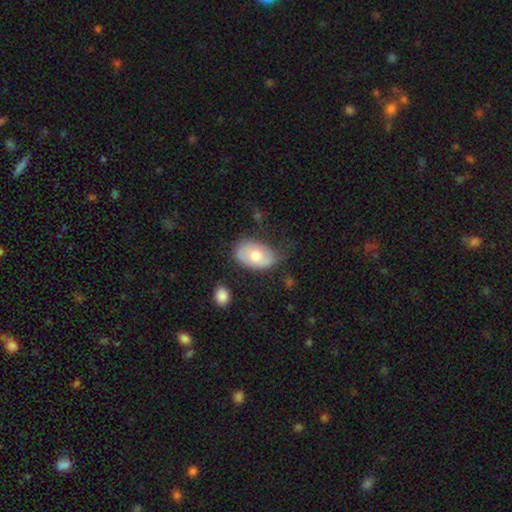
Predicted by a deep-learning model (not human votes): The model was most divided on "merging": none: 58%, minor disturbance: 29%, major disturbance: 10%, merger: 3%. More confident: how rounded — in between (89%); smooth or featured — smooth (69%).